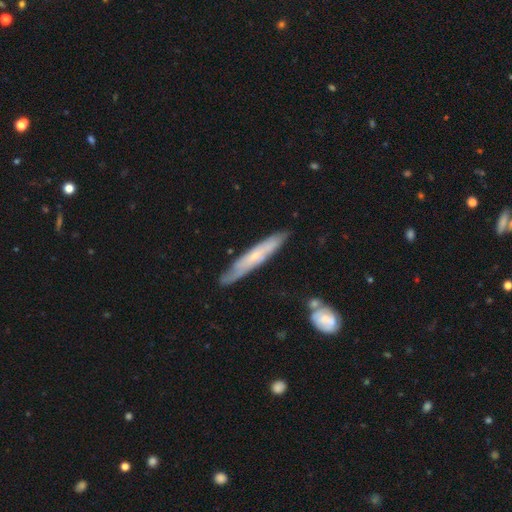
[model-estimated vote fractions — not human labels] The model was most divided on "smooth or featured": featured or disk: 55%, smooth: 39%, star or artifact: 6%. More confident: merging — none (78%); edge-on disk — yes (72%).